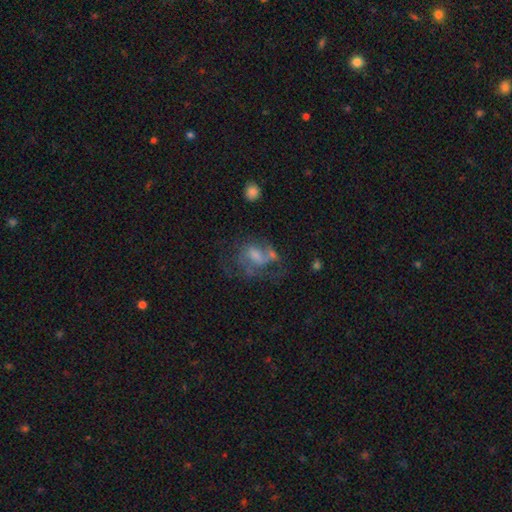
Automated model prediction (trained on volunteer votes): A featured or disk galaxy (60%) with no bar (57%), spiral arms (63%) and a moderate central bulge (38%).

Vote fractions:
- Smooth or featured? featured or disk: 60% / smooth: 27% / star or artifact: 13%
- Edge-on disk? no: 97% / yes: 3%
- Bar? no: 57% / weak: 35% / strong: 8%
- Spiral arms? yes: 63% / no: 37%
- Bulge size? moderate: 38% / small: 32% / none: 19% / large: 9% / dominant: 2%
- Merging? none: 37% / major disturbance: 32% / minor disturbance: 18% / merger: 13%